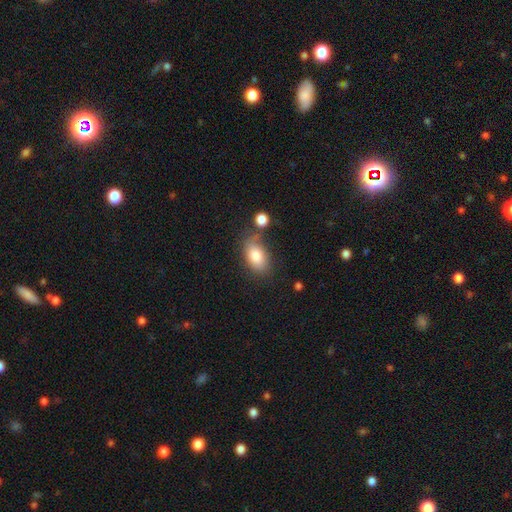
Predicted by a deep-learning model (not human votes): This appears to be a smooth galaxy with no disk features (81%) that is in between round and cigar-shaped (89%). Merging: none (57%).